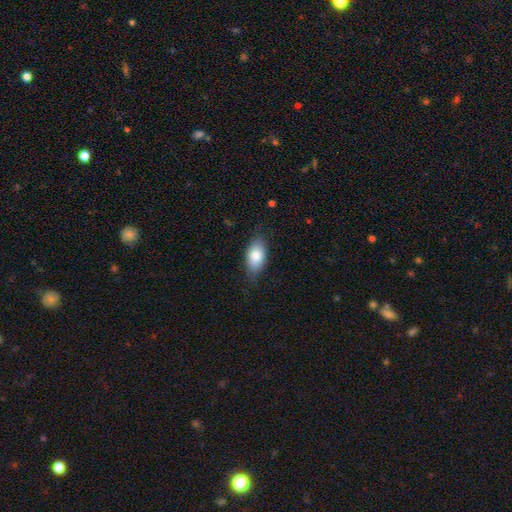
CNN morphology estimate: Overall: smooth (82%). How rounded: in between (91%). Merging: none (78%).